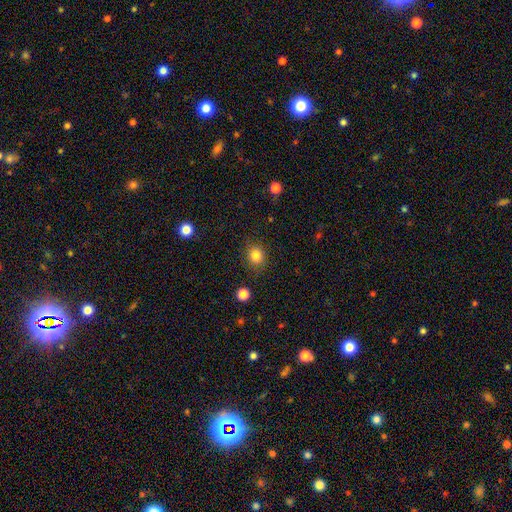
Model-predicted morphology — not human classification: Q: Smooth or featured?
A: smooth (84%); runner-up: star or artifact (11%)
Q: How rounded?
A: round (75%); runner-up: in between (24%)
Q: Merging?
A: none (85%); runner-up: minor disturbance (11%)